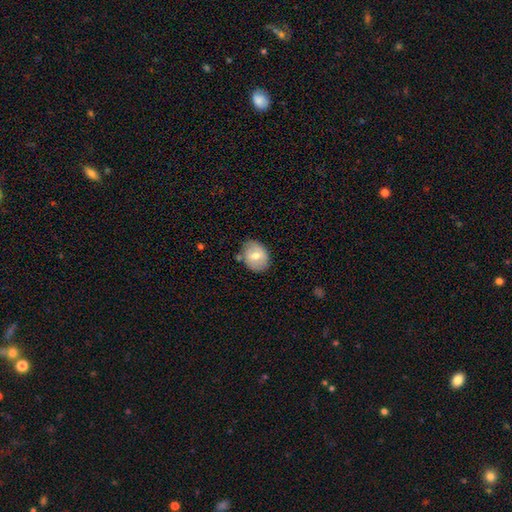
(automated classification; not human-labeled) Smooth or featured? Predicted: smooth (p=0.62). How rounded? Predicted: in between (p=0.62). Merging? Predicted: none (p=0.74).